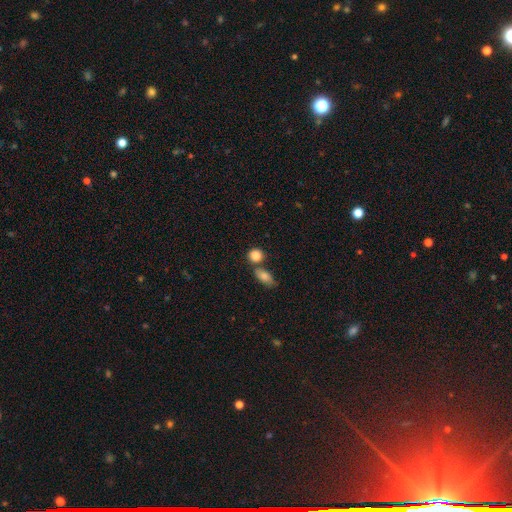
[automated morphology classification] smooth 84%, star or artifact 9%, featured or disk 7%. Down the decision tree: how rounded — round (70%); merging — none (58%).